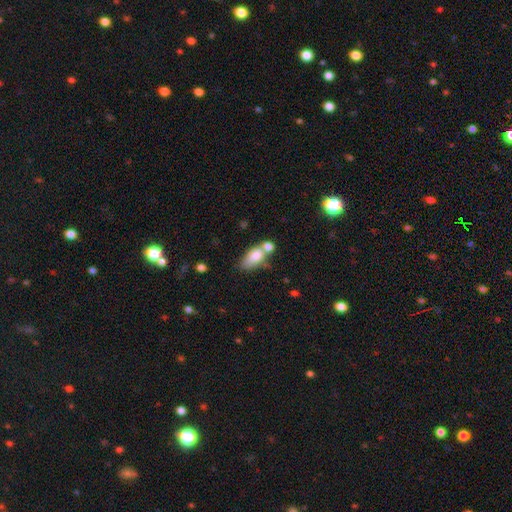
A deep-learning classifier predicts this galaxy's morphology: Q: Smooth or featured?
A: smooth (78%); runner-up: featured or disk (14%)
Q: How rounded?
A: in between (85%); runner-up: cigar-shaped (7%)
Q: Merging?
A: merger (40%); runner-up: none (37%)